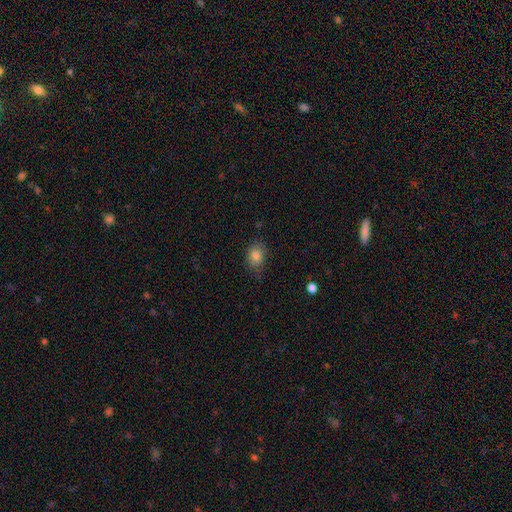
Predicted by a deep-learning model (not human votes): Smooth or featured? Predicted: smooth (p=0.83). How rounded? Predicted: in between (p=0.68). Merging? Predicted: none (p=0.73).